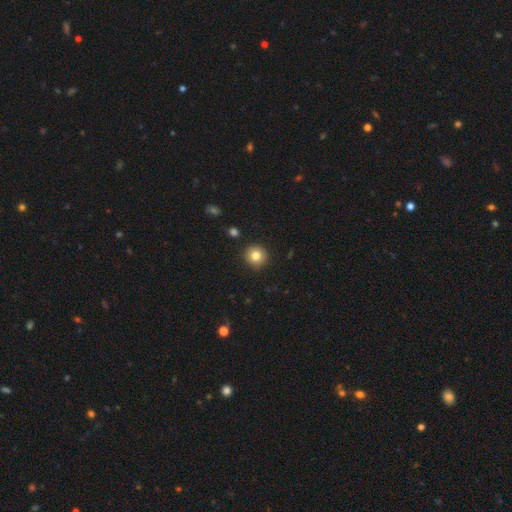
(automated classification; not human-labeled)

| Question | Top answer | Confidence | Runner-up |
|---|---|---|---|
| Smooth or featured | smooth | 81% | star or artifact (11%) |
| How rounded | round | 94% | in between (5%) |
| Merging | none | 92% | minor disturbance (5%) |